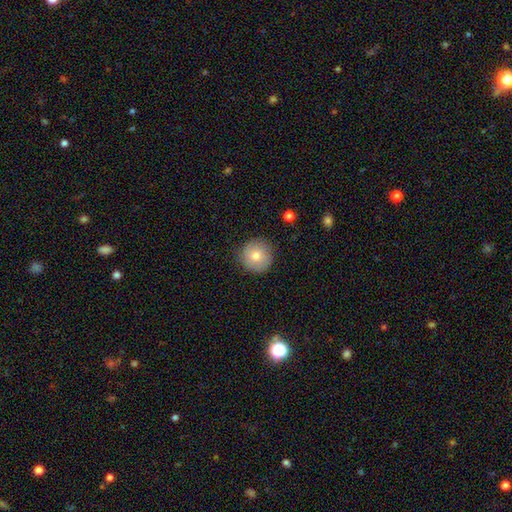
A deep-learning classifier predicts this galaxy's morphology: smooth_or_featured: smooth (p=0.76) [alt: featured or disk p=0.16]
how_rounded: round (p=0.95) [alt: in between p=0.04]
merging: none (p=0.86) [alt: minor disturbance p=0.11]